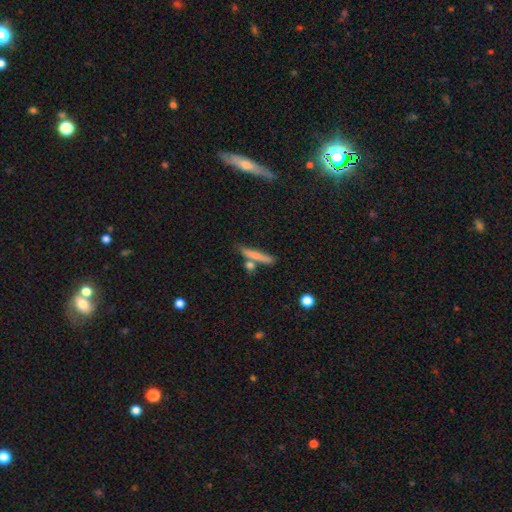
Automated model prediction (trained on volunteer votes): Morphology: type=smooth (70%); roundness=cigar-shaped (87%); merging=none (68%).